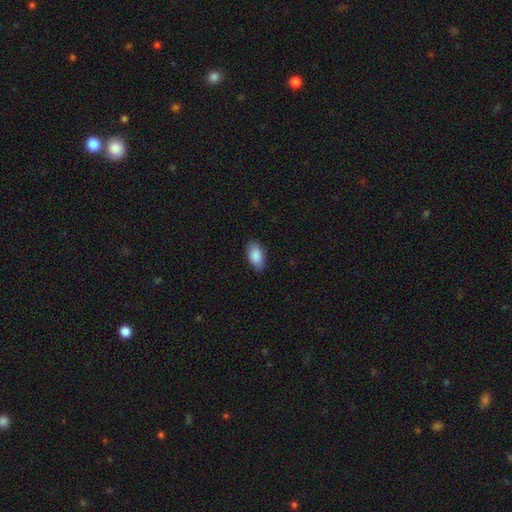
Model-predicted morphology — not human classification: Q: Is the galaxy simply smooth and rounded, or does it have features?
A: smooth — 88%.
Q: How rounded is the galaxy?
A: in between — 94%.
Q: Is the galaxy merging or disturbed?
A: none — 86%.